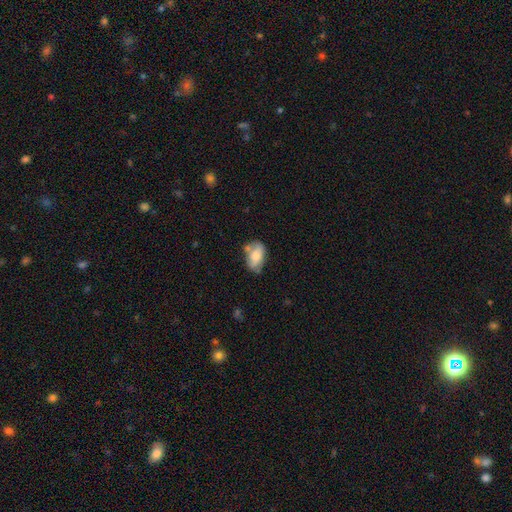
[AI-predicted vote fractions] smooth 69%, featured or disk 24%, star or artifact 7%. Down the decision tree: how rounded — in between (90%); merging — none (48%).